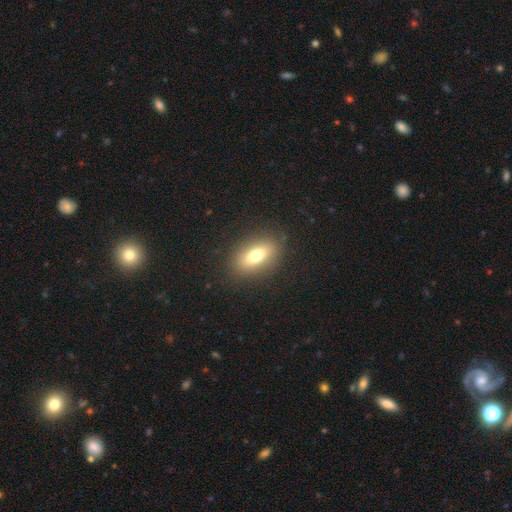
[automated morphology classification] Q: Smooth or featured?
A: smooth (72%); runner-up: featured or disk (18%)
Q: How rounded?
A: in between (82%); runner-up: round (10%)
Q: Merging?
A: none (86%); runner-up: minor disturbance (9%)